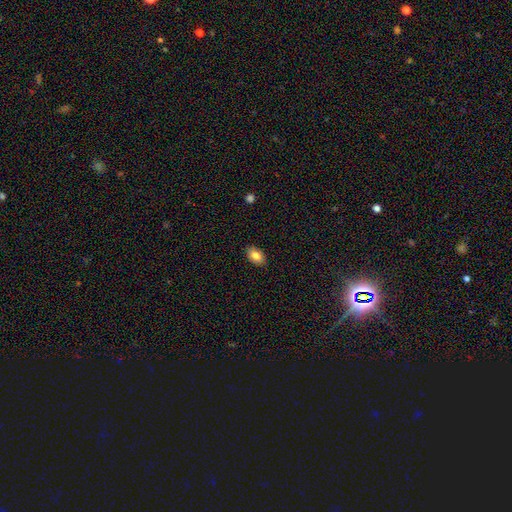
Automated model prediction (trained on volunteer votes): Smooth or featured? smooth (83%)
How rounded? in between (92%)
Merging? none (89%)